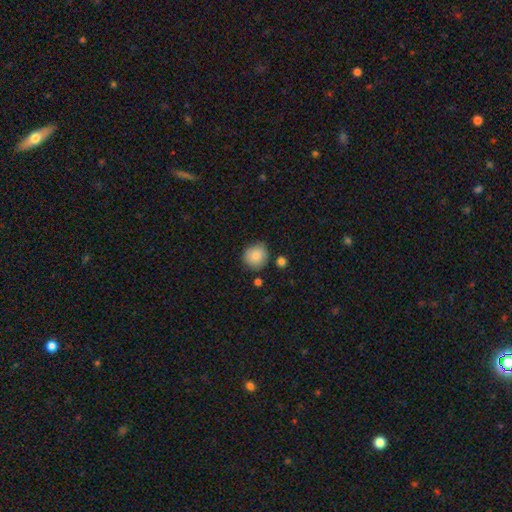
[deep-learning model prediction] A smooth galaxy with no disk features (86%) that is round (91%).

Vote fractions:
- Smooth or featured? smooth: 86% / star or artifact: 8% / featured or disk: 5%
- How rounded? round: 91% / in between: 9% / cigar-shaped: 1%
- Merging? none: 79% / minor disturbance: 13% / merger: 4% / major disturbance: 3%